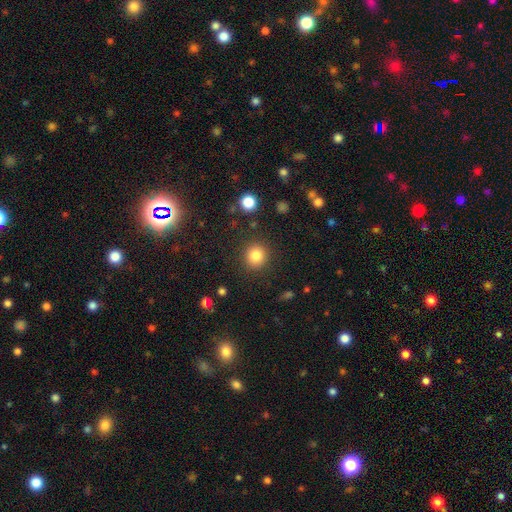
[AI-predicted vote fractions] Morphology: type=smooth (83%); roundness=round (90%); merging=none (89%).